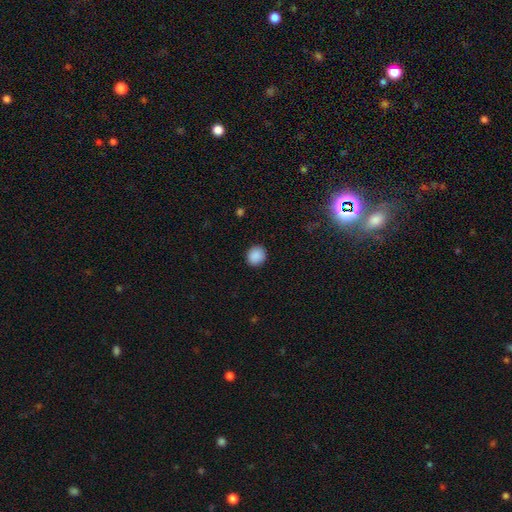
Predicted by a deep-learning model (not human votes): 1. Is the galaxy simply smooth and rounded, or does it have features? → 89% smooth, 8% star or artifact, 2% featured or disk.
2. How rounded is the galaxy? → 83% round, 16% in between, 1% cigar-shaped.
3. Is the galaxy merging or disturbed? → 90% none, 7% minor disturbance, 2% major disturbance, 1% merger.